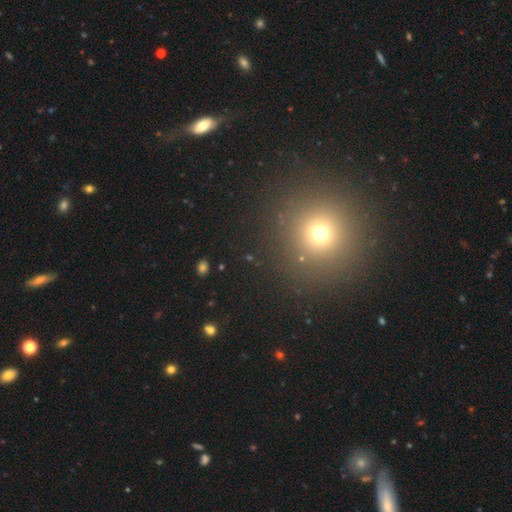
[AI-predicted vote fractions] This is possibly a smooth galaxy (59%). How rounded: clearly round (94%). Merging: clearly none (92%).